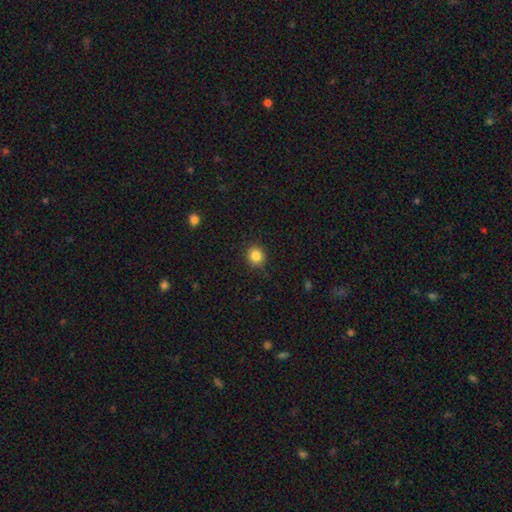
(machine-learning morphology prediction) Overall: smooth (85%). How rounded: round (84%). Merging: none (90%).